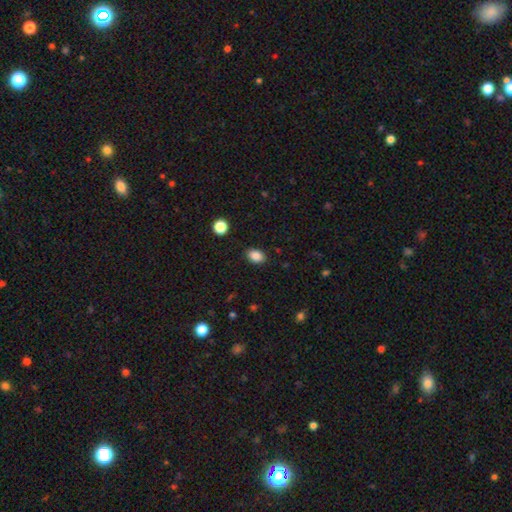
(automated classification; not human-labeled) Smooth or featured? smooth (86%)
How rounded? in between (77%)
Merging? none (87%)